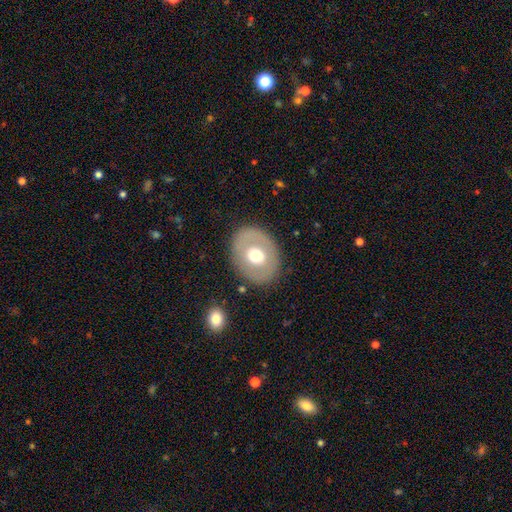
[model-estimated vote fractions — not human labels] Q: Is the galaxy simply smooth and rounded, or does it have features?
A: smooth — 52%.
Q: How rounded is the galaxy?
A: in between — 52%.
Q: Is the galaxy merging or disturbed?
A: none — 85%.